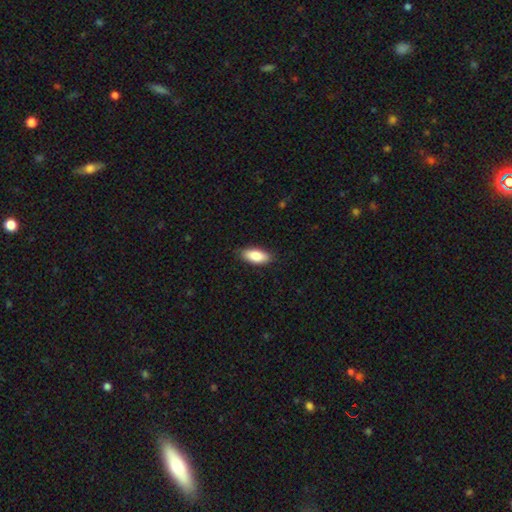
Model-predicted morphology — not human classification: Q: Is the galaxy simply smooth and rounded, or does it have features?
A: smooth — 85%.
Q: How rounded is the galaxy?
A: in between — 85%.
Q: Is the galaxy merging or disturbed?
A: none — 87%.